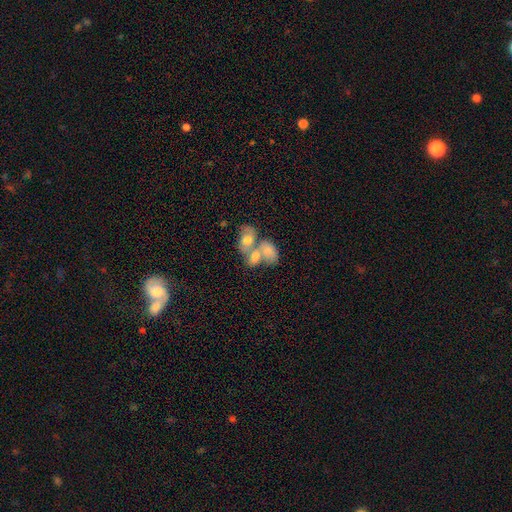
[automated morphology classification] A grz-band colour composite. It shows a smooth galaxy with no disk features (63%) that is in between round and cigar-shaped (83%). Merging: merger (70%).